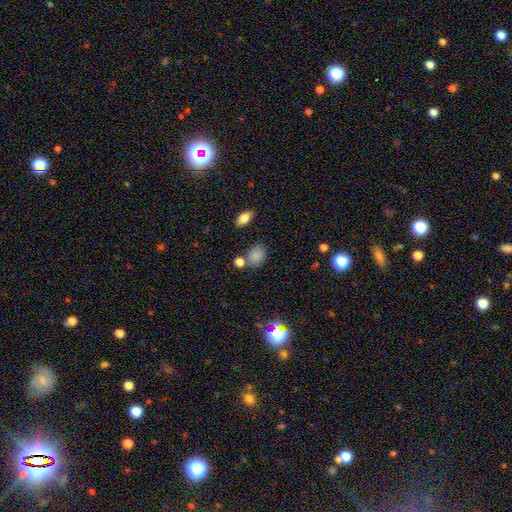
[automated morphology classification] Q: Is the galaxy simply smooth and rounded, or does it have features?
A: smooth — 81%.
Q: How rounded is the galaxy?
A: in between — 53%.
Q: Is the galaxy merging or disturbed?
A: none — 64%.